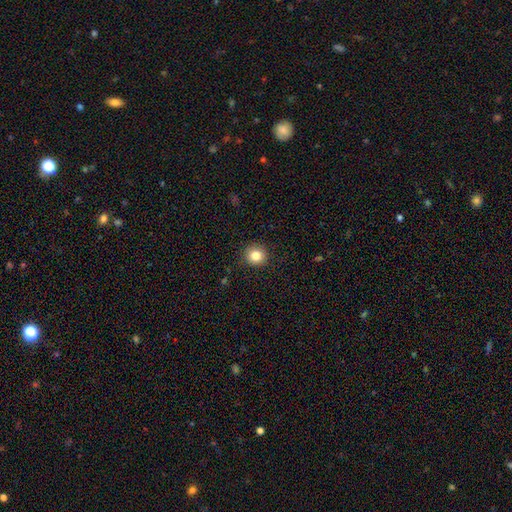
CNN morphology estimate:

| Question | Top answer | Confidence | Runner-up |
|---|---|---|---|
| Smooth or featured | smooth | 83% | star or artifact (11%) |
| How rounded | round | 91% | in between (8%) |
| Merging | none | 91% | minor disturbance (6%) |